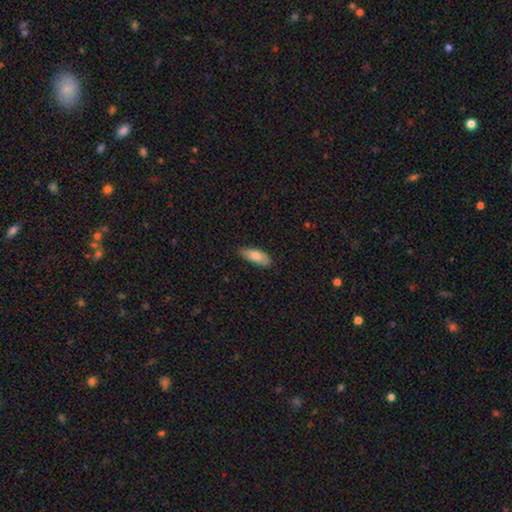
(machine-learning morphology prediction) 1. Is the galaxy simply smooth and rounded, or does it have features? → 80% smooth, 14% featured or disk, 6% star or artifact.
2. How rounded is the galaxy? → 76% in between, 22% cigar-shaped, 2% round.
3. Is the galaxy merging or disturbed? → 74% none, 22% minor disturbance, 3% major disturbance, 1% merger.